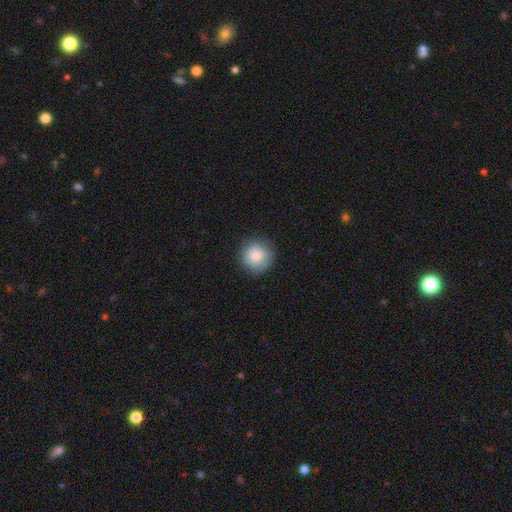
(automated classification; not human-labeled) Smooth or featured? Predicted: smooth (p=0.87). How rounded? Predicted: round (p=0.94). Merging? Predicted: none (p=0.86).